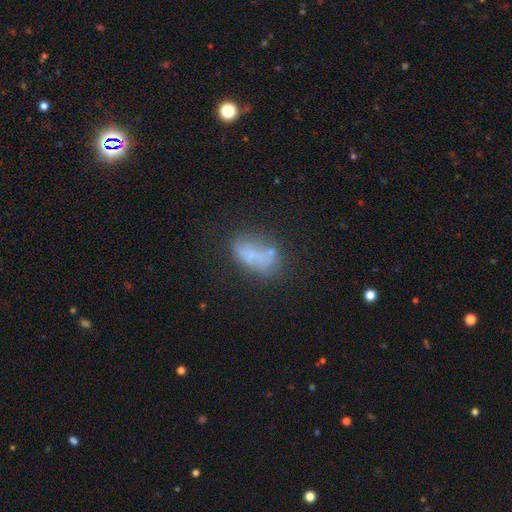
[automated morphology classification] Smooth or featured? Predicted: smooth (p=0.51). How rounded? Predicted: in between (p=0.86). Merging? Predicted: none (p=0.43).